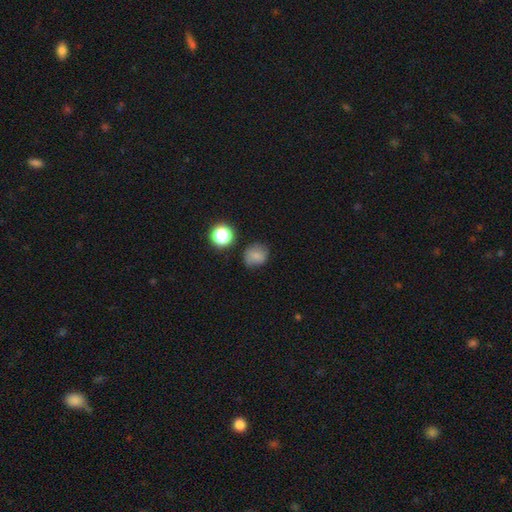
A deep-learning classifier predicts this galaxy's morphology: A smooth galaxy with no disk features (75%) that is round (80%). Merging: none (72%).